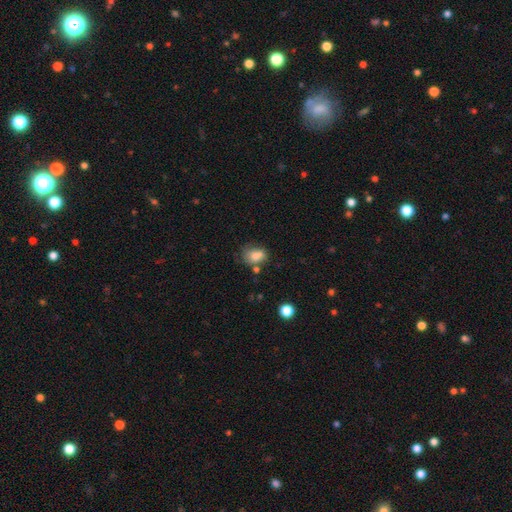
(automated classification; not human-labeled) smooth 73%, featured or disk 17%, star or artifact 11%. Down the decision tree: how rounded — in between (61%); merging — none (41%).